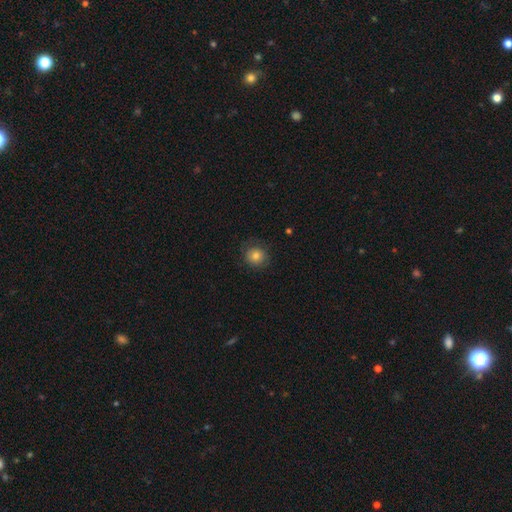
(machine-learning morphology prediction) Smooth or featured: smooth — 78% (featured or disk — 12%)
How rounded: round — 87% (in between — 12%)
Merging: none — 77% (minor disturbance — 15%)